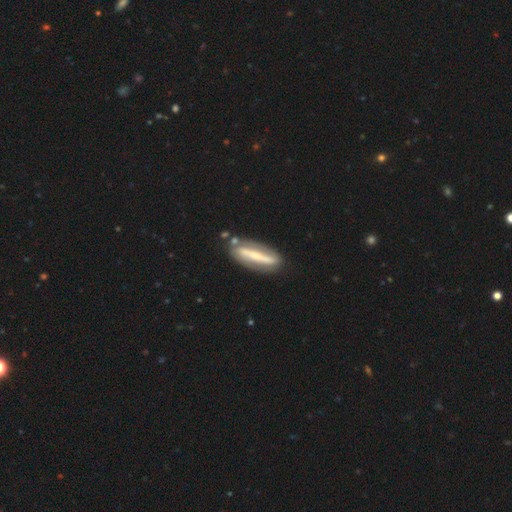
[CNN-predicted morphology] smooth_or_featured: featured or disk (p=0.65) [alt: smooth p=0.29]
disk_edge_on: no (p=0.62) [alt: yes p=0.38]
merging: none (p=0.75) [alt: minor disturbance p=0.16]